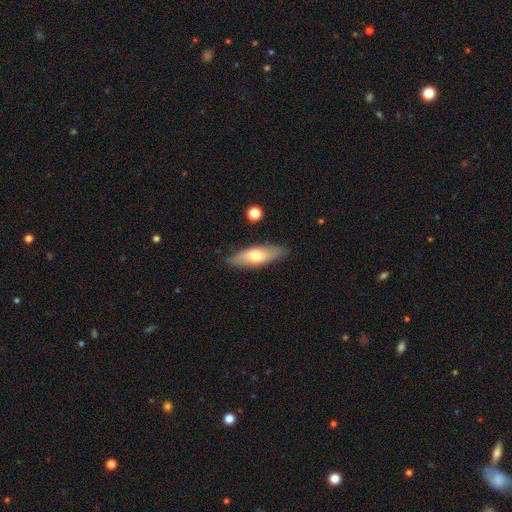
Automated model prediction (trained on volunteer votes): Smooth or featured?
  - smooth: 60% *
  - featured or disk: 34%
  - star or artifact: 6%
How rounded?
  - in between: 60% *
  - cigar-shaped: 38%
  - round: 3%
Merging?
  - none: 83% *
  - minor disturbance: 13%
  - major disturbance: 2%
  - merger: 2%